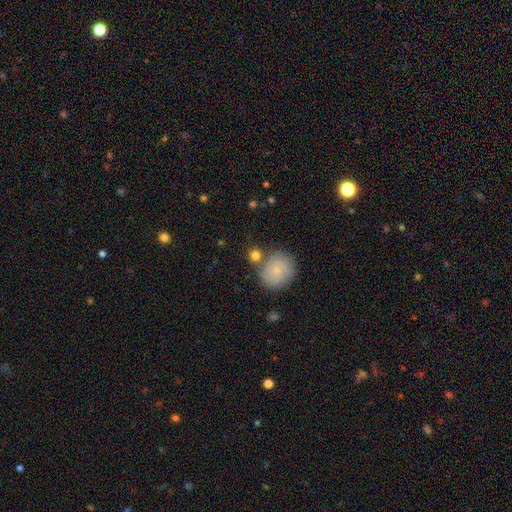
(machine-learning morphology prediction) Smooth or featured?
  - smooth: 74% *
  - featured or disk: 16%
  - star or artifact: 9%
How rounded?
  - round: 86% *
  - in between: 13%
  - cigar-shaped: 1%
Merging?
  - none: 67% *
  - merger: 17%
  - minor disturbance: 12%
  - major disturbance: 4%